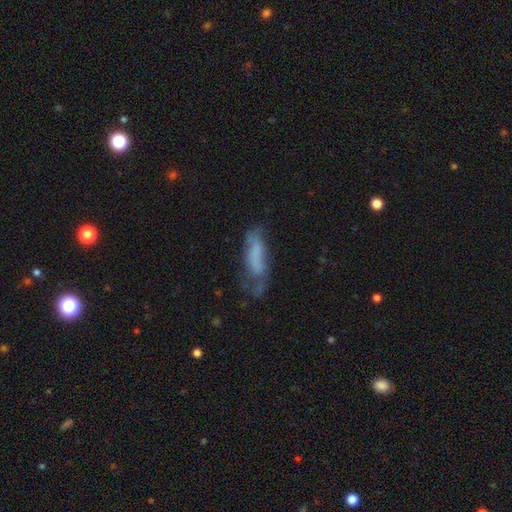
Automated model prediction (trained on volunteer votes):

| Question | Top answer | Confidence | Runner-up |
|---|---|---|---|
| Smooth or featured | smooth | 54% | featured or disk (35%) |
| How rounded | cigar-shaped | 49% | tied: in between (49%) |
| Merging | none | 37% | minor disturbance (30%) |